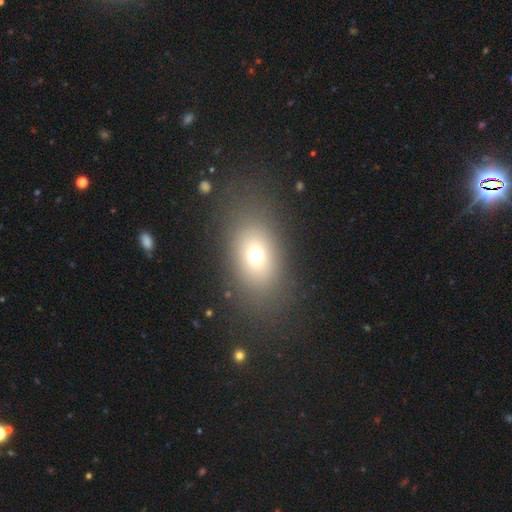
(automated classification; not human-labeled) A smooth galaxy with no disk features (68%) that is in between round and cigar-shaped (75%). Merging: none (78%).